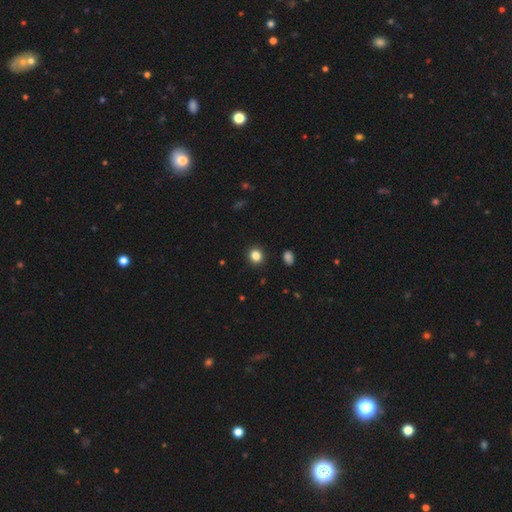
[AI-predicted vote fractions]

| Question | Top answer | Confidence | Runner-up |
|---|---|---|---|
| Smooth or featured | smooth | 84% | star or artifact (12%) |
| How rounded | round | 80% | in between (19%) |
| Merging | none | 91% | minor disturbance (6%) |